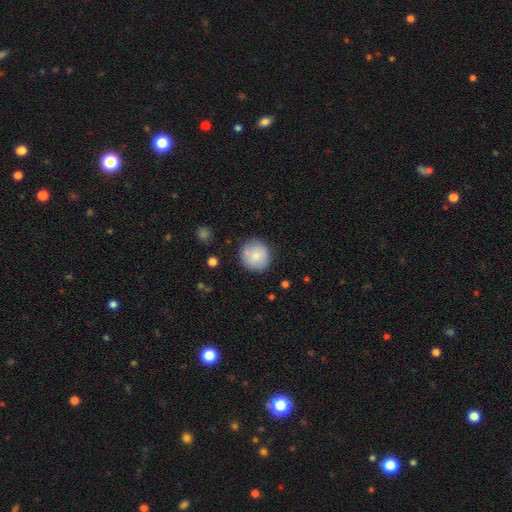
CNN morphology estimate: Overall: smooth (78%). How rounded: round (94%). Merging: none (80%).